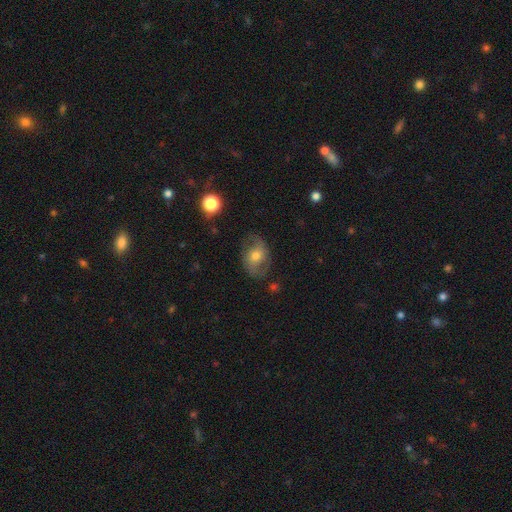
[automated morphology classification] type=featured or disk (52%); edge-on=no (95%); merging=none (66%).